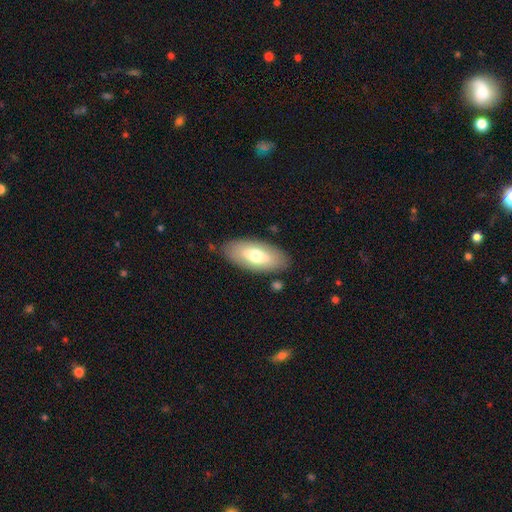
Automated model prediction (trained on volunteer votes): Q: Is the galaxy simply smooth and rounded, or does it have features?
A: smooth — 63%.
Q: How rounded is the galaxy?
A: in between — 88%.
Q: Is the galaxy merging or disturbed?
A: none — 83%.